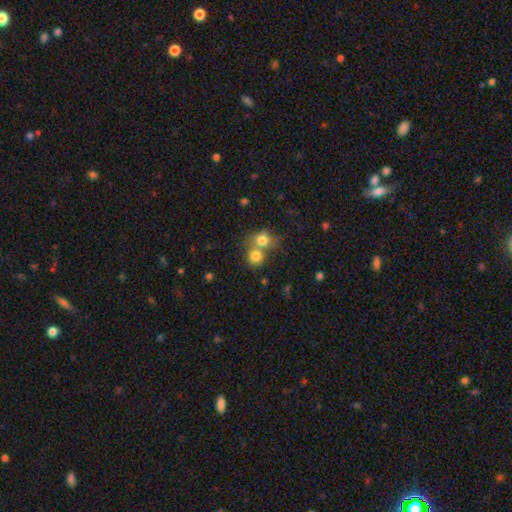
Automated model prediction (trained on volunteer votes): Smooth or featured: smooth — 79% (star or artifact — 11%)
How rounded: round — 77% (in between — 22%)
Merging: merger — 56% (none — 35%)